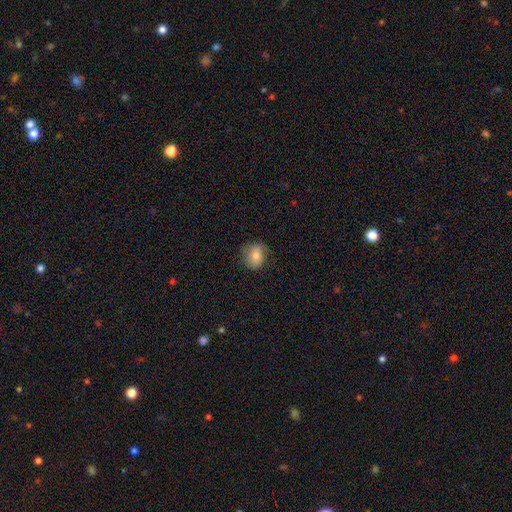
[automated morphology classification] This appears to be a smooth galaxy with no disk features (75%) that is round (64%). Merging: none (74%).